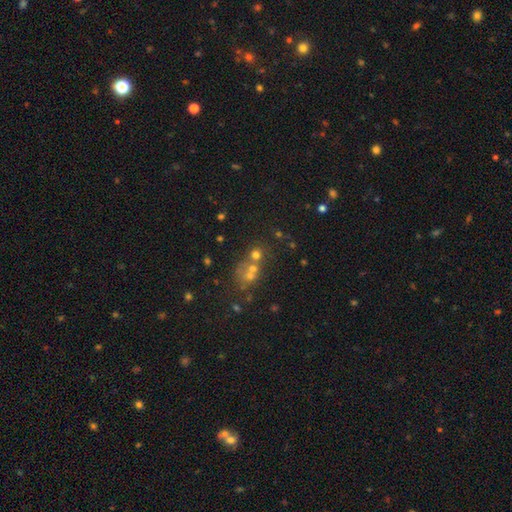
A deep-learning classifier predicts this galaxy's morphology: Smooth or featured?
  - smooth: 46% *
  - star or artifact: 34%
  - featured or disk: 20%
Merging?
  - none: 44% *
  - merger: 43%
  - minor disturbance: 8%
  - major disturbance: 5%